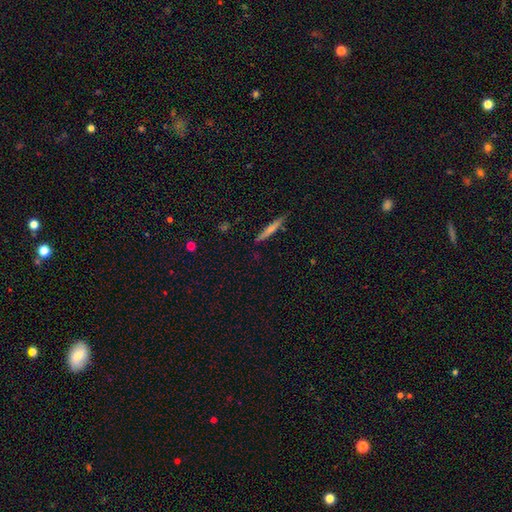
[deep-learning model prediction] Smooth or featured? Predicted: smooth (p=0.61). How rounded? Predicted: cigar-shaped (p=0.83). Merging? Predicted: none (p=0.84).